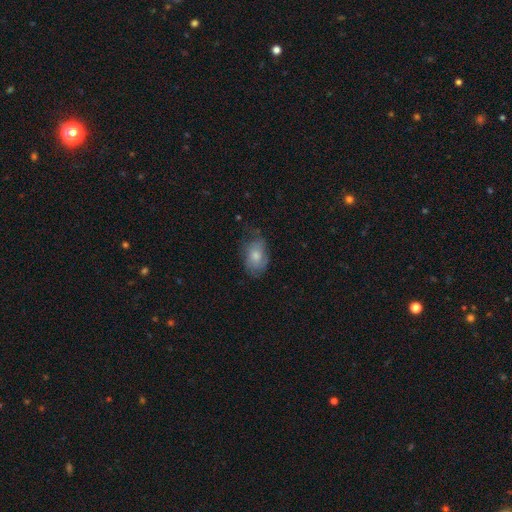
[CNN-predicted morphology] The model was most divided on "merging": none: 49%, minor disturbance: 32%, major disturbance: 17%, merger: 1%. More confident: how rounded — in between (84%); smooth or featured — smooth (60%).